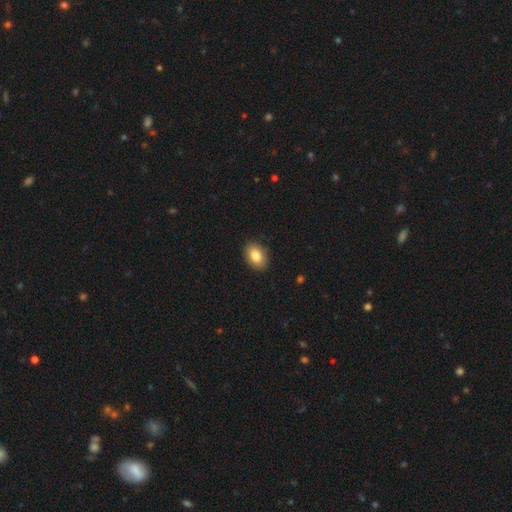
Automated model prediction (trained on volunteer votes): A smooth galaxy with no disk features (85%) that is in between round and cigar-shaped (84%). Merging: none (89%).